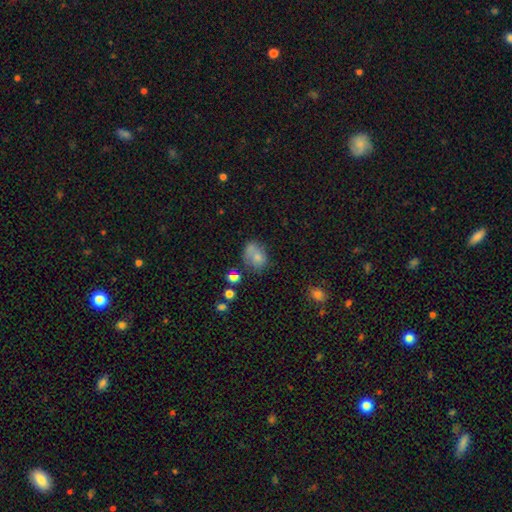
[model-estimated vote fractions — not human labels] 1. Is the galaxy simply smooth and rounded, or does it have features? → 71% smooth, 17% featured or disk, 11% star or artifact.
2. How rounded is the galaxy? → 57% in between, 42% round, 1% cigar-shaped.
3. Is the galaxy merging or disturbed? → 41% none, 24% minor disturbance, 21% merger, 14% major disturbance.